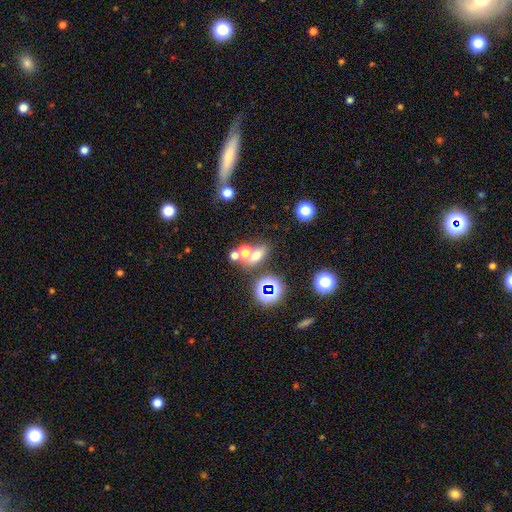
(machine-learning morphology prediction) Overall: smooth (57%; star or artifact 30%). How rounded: in between (57%; round 37%). Merging: none (56%; merger 29%).